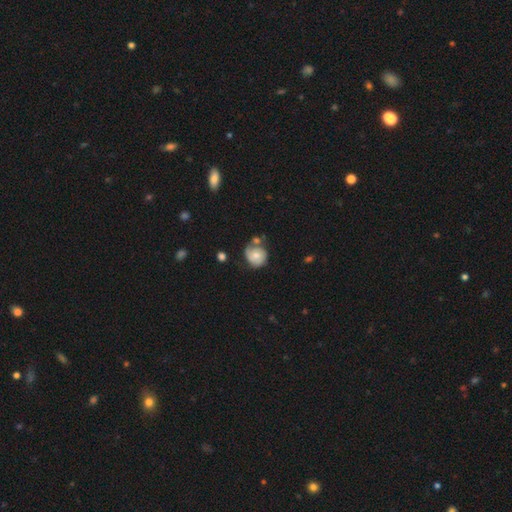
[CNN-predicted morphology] Smooth or featured?
  - featured or disk: 48% *
  - smooth: 45%
  - star or artifact: 7%
Merging?
  - none: 48% *
  - minor disturbance: 26%
  - merger: 14%
  - major disturbance: 11%